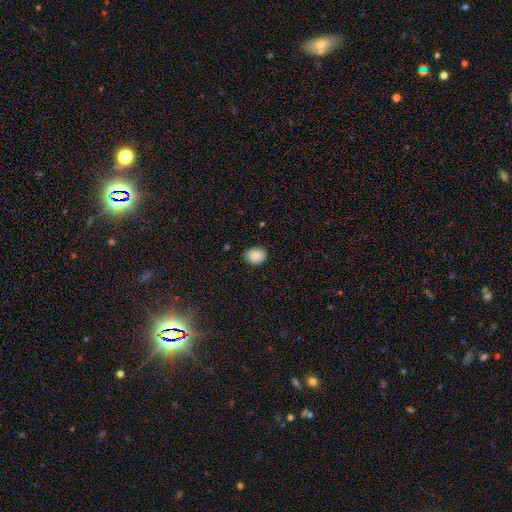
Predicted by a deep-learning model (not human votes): Smooth or featured? Predicted: smooth (p=0.83). How rounded? Predicted: round (p=0.52). Merging? Predicted: none (p=0.77).